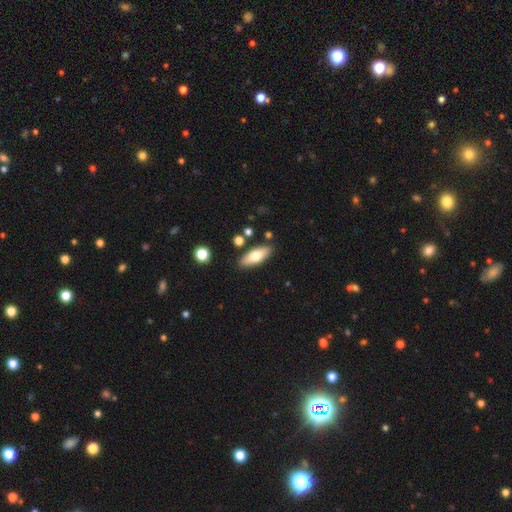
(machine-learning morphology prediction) Overall: smooth (66%; featured or disk 28%). How rounded: in between (71%). Merging: none (85%).